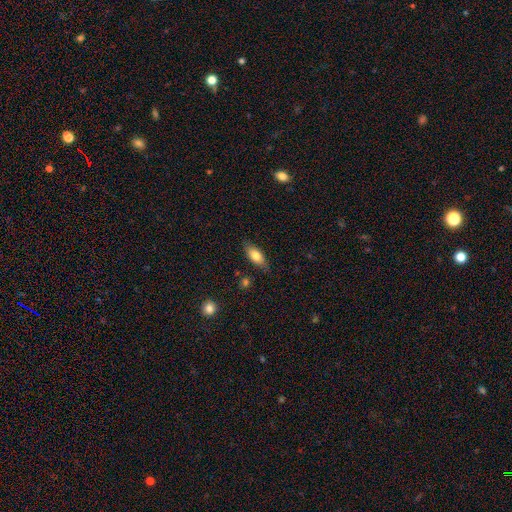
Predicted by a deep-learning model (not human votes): A smooth galaxy with no disk features (77%) that is in between round and cigar-shaped (83%). Merging: none (80%).